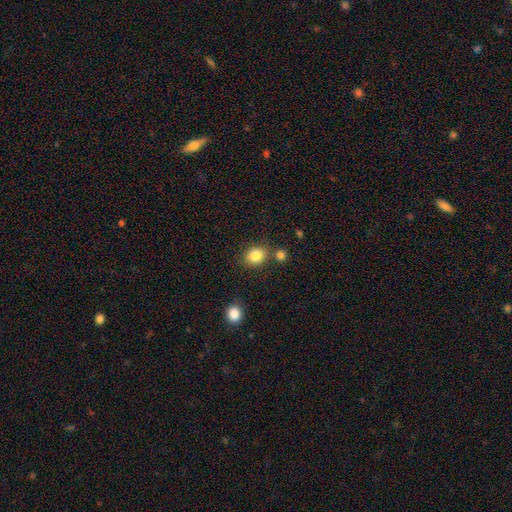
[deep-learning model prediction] Smooth or featured? smooth (84%)
How rounded? round (64%)
Merging? none (74%)